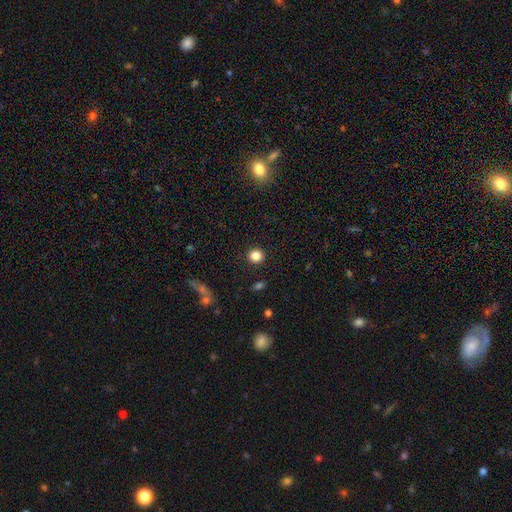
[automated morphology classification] Smooth or featured: smooth — 84% (star or artifact — 11%)
How rounded: round — 91% (in between — 8%)
Merging: none — 91% (minor disturbance — 5%)